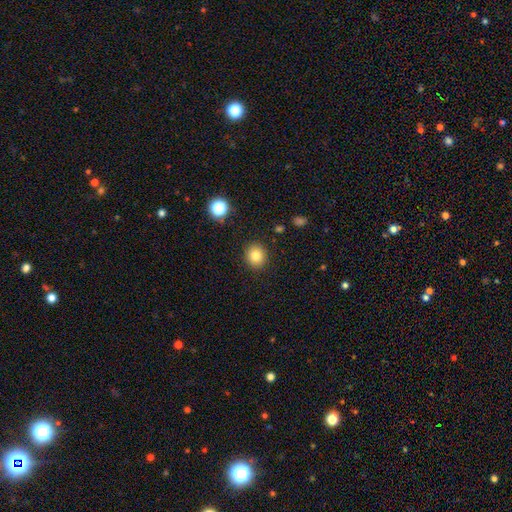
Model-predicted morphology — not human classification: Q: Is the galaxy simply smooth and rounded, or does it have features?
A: smooth — 82%.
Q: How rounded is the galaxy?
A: round — 79%.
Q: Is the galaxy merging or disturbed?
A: none — 90%.